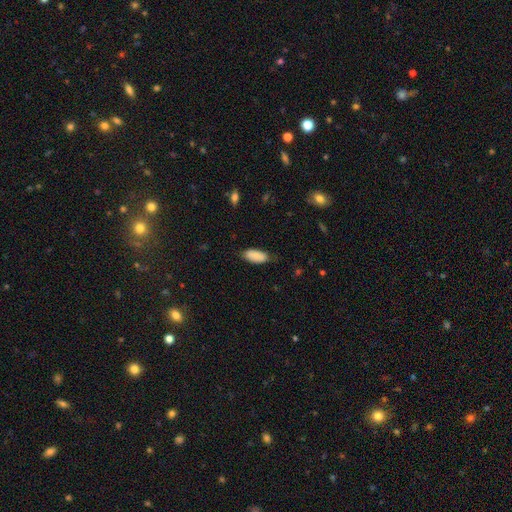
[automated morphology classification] Overall: smooth (85%). How rounded: in between (91%). Merging: none (76%).